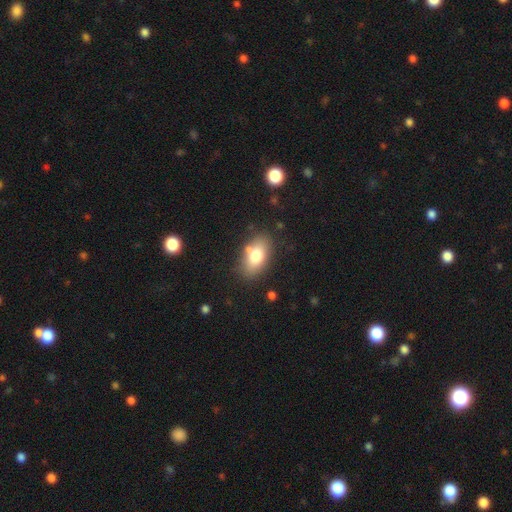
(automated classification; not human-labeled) smooth-or-featured: smooth: 75% | featured or disk: 17% | star or artifact: 8%
  how-rounded: in between: 89% | round: 8% | cigar-shaped: 4%
  merging: none: 75% | minor disturbance: 14% | merger: 7% | major disturbance: 4%